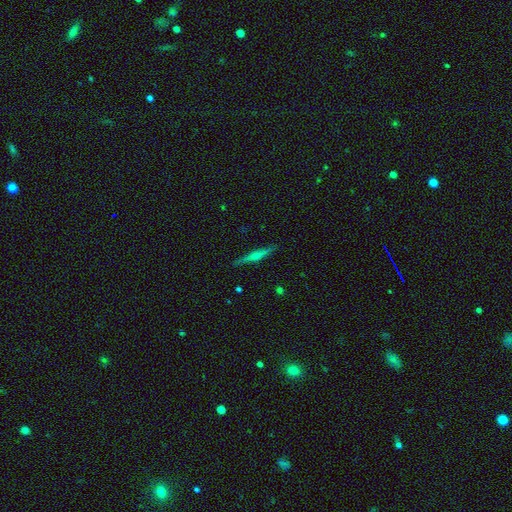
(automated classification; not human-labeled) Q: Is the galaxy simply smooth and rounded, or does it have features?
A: featured or disk — 64%.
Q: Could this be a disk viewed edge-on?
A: yes — 97%.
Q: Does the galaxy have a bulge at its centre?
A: rounded — 78%.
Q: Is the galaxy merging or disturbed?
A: none — 90%.